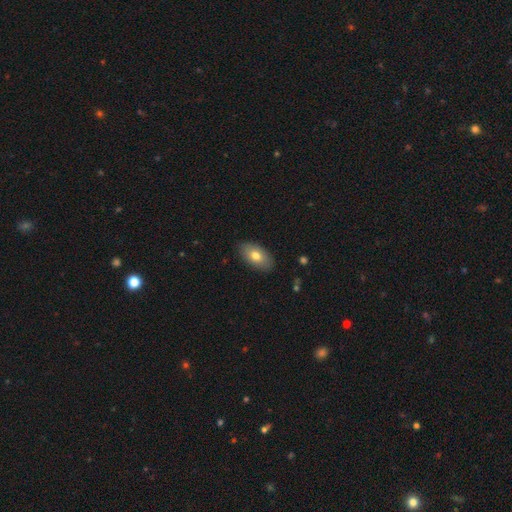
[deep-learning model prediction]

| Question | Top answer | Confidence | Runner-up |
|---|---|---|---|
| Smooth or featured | smooth | 75% | featured or disk (18%) |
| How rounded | in between | 92% | round (5%) |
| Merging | none | 87% | minor disturbance (10%) |